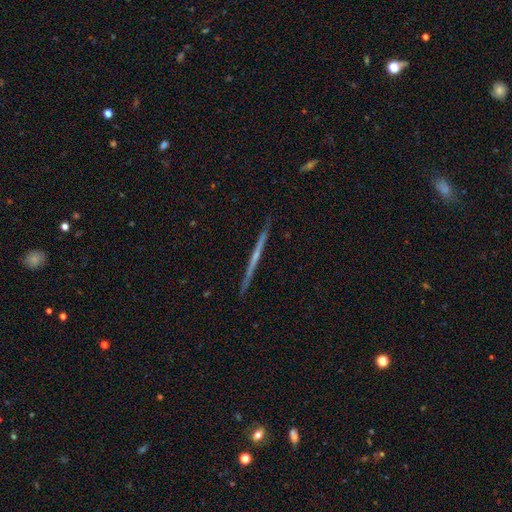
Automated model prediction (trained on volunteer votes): Smooth or featured? featured or disk (70%)
Edge-on disk? yes (98%)
Edge-on bulge? none (76%)
Merging? none (91%)